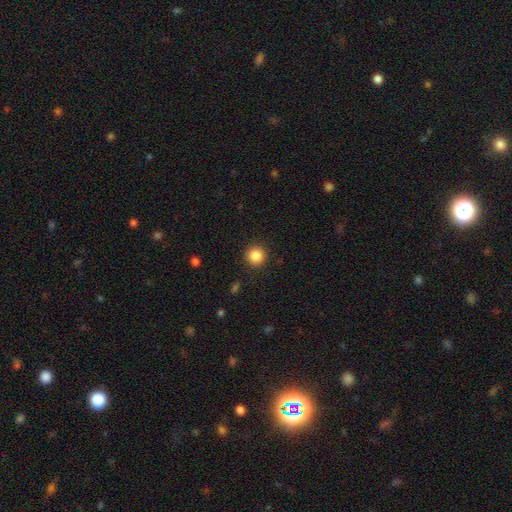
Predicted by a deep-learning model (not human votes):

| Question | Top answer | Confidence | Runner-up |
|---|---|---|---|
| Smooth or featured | smooth | 86% | star or artifact (10%) |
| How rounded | round | 95% | in between (4%) |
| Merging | none | 91% | minor disturbance (6%) |